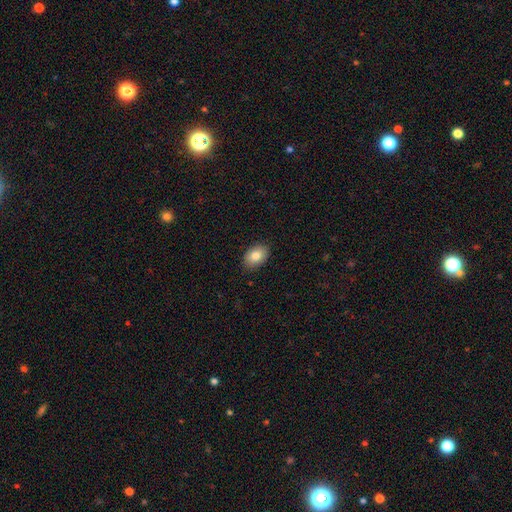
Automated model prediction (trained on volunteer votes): This is clearly a smooth galaxy (82%). How rounded: clearly in between (85%). Merging: clearly none (88%).